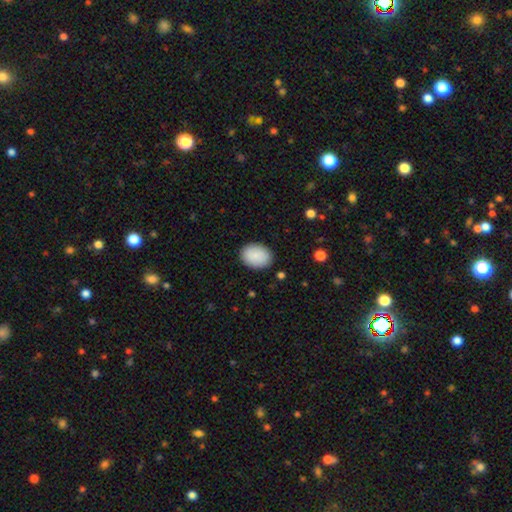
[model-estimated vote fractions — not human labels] smooth_or_featured: smooth (p=0.90) [alt: star or artifact p=0.06]
how_rounded: in between (p=0.77) [alt: round p=0.22]
merging: none (p=0.88) [alt: minor disturbance p=0.09]